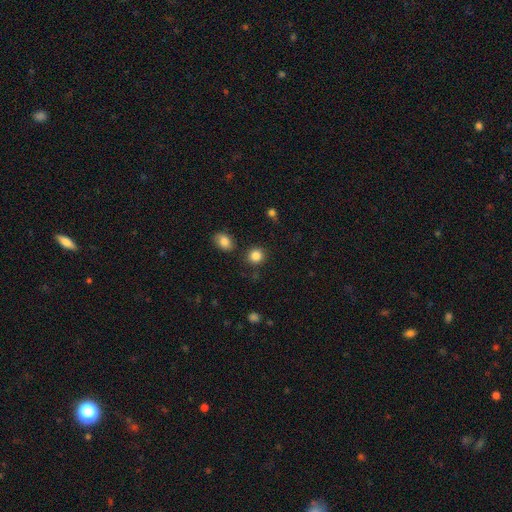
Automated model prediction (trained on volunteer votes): Q: Smooth or featured?
A: smooth (86%); runner-up: star or artifact (10%)
Q: How rounded?
A: round (87%); runner-up: in between (12%)
Q: Merging?
A: none (85%); runner-up: minor disturbance (8%)